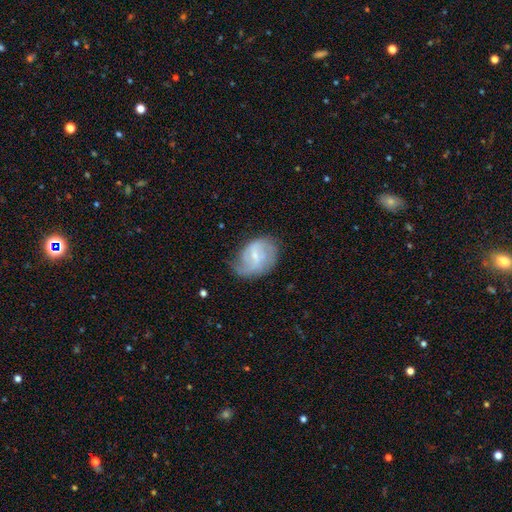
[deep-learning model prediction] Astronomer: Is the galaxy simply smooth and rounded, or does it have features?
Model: featured or disk — 63%.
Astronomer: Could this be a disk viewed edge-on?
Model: no — 97%.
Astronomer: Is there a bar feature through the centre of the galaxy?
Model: weak — 61%.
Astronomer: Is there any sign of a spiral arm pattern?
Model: yes — 83%.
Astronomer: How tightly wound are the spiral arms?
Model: medium — 42% (runner-up: tight, 29%).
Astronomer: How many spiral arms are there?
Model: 2 — 50% (runner-up: can't tell, 28%).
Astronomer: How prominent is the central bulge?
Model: small — 58%.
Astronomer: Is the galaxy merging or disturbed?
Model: none — 54% (runner-up: minor disturbance, 31%).